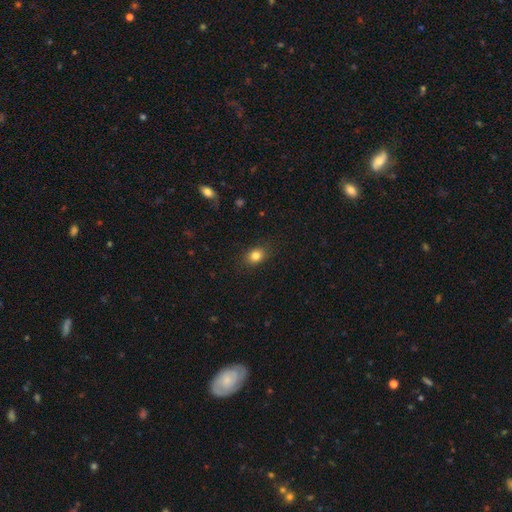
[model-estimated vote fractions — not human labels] smooth_or_featured: smooth (p=0.83) [alt: star or artifact p=0.11]
how_rounded: in between (p=0.60) [alt: round p=0.39]
merging: none (p=0.86) [alt: minor disturbance p=0.10]